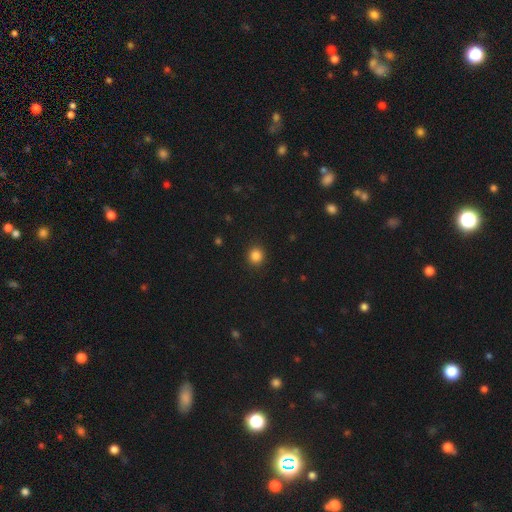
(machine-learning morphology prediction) The model was most divided on "smooth or featured": smooth: 86%, star or artifact: 11%, featured or disk: 3%. More confident: merging — none (91%); how rounded — round (91%).